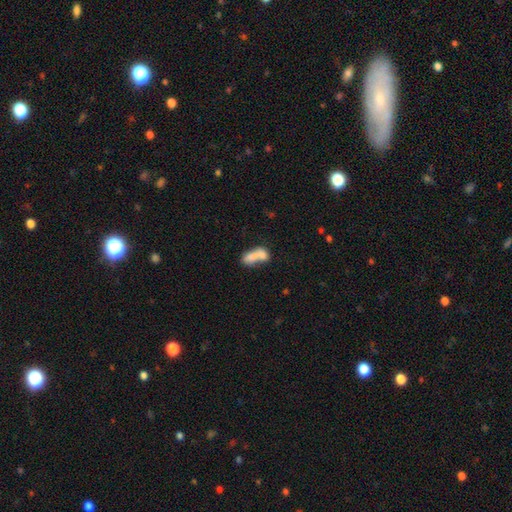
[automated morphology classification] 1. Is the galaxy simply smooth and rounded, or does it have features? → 73% smooth, 19% featured or disk, 9% star or artifact.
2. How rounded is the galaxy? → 80% in between, 11% cigar-shaped, 9% round.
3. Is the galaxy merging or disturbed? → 67% merger, 18% none, 8% minor disturbance, 7% major disturbance.